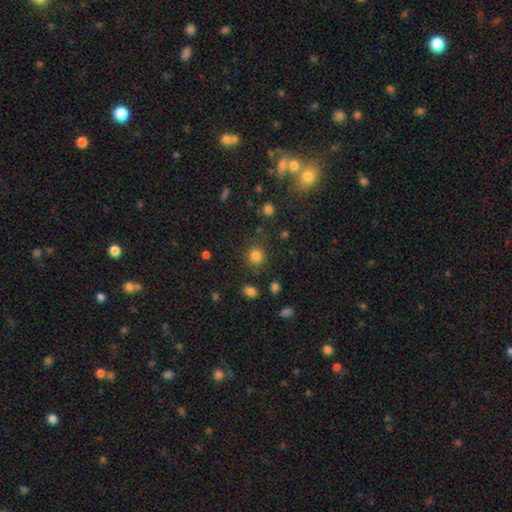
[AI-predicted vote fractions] Smooth or featured: smooth — 82% (star or artifact — 13%)
How rounded: round — 90% (in between — 9%)
Merging: none — 83% (minor disturbance — 9%)